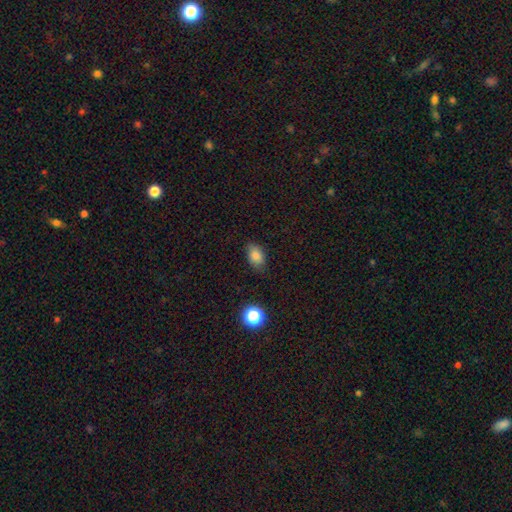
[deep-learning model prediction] Smooth or featured?
  - smooth: 82% *
  - star or artifact: 11%
  - featured or disk: 7%
How rounded?
  - in between: 85% *
  - round: 13%
  - cigar-shaped: 2%
Merging?
  - none: 78% *
  - minor disturbance: 17%
  - major disturbance: 3%
  - merger: 1%